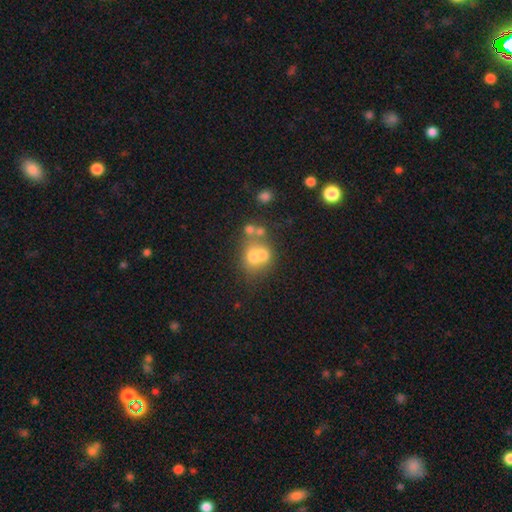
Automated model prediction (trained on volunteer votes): A smooth galaxy with no disk features (56%) that is round (69%).

Vote fractions:
- Smooth or featured? smooth: 56% / featured or disk: 29% / star or artifact: 14%
- How rounded? round: 69% / in between: 30% / cigar-shaped: 1%
- Merging? merger: 55% / none: 32% / minor disturbance: 8% / major disturbance: 5%